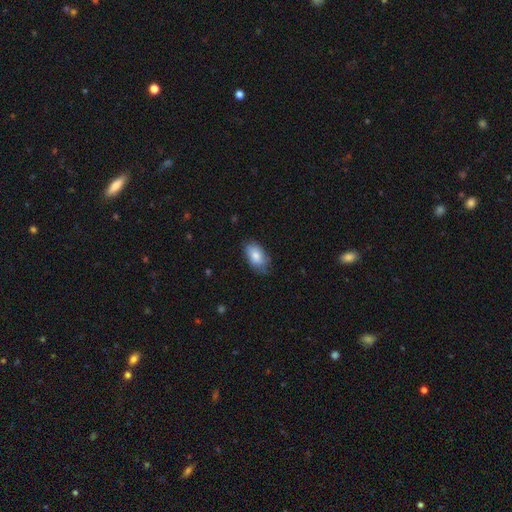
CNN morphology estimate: This appears to be a smooth galaxy with no disk features (80%) that is in between round and cigar-shaped (92%). Merging: none (69%).